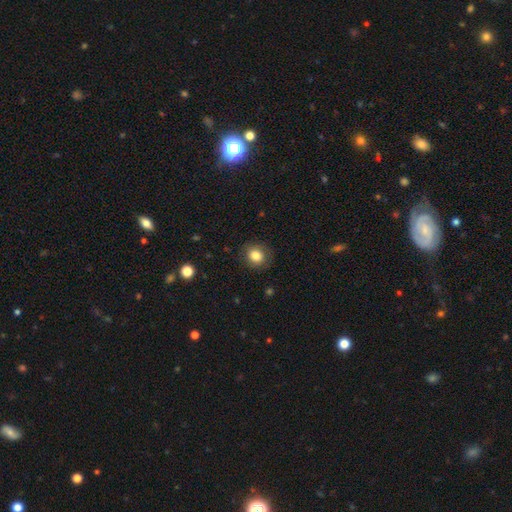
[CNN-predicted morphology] type=smooth (83%); roundness=round (76%); merging=none (87%).